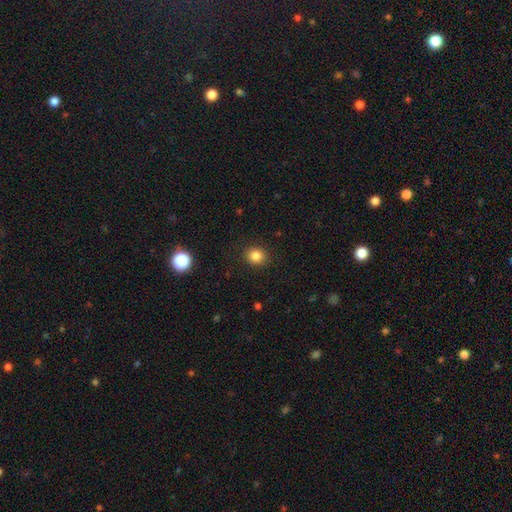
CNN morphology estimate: The model was most divided on "how rounded": round: 80%, in between: 19%, cigar-shaped: 1%. More confident: merging — none (90%); smooth or featured — smooth (84%).